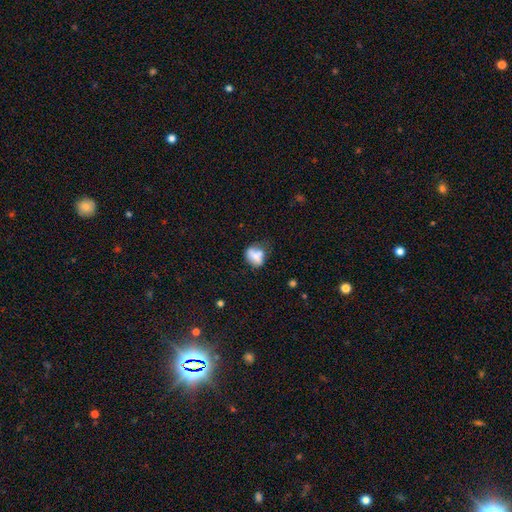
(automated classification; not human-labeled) smooth 68%, featured or disk 22%, star or artifact 10%. Down the decision tree: how rounded — in between (61%); merging — none (45%).